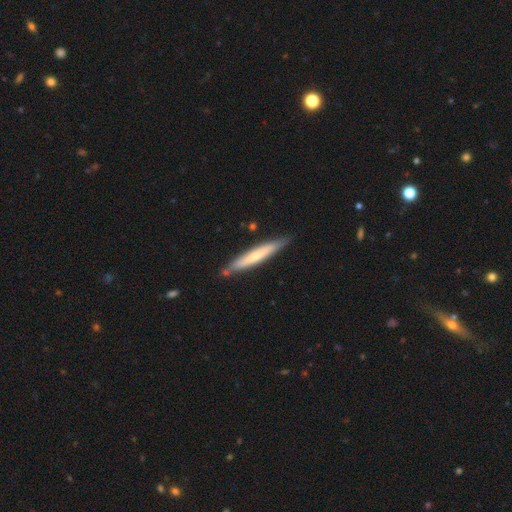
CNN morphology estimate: smooth 52%, featured or disk 43%, star or artifact 5%. Down the decision tree: how rounded — cigar-shaped (94%); merging — none (81%).